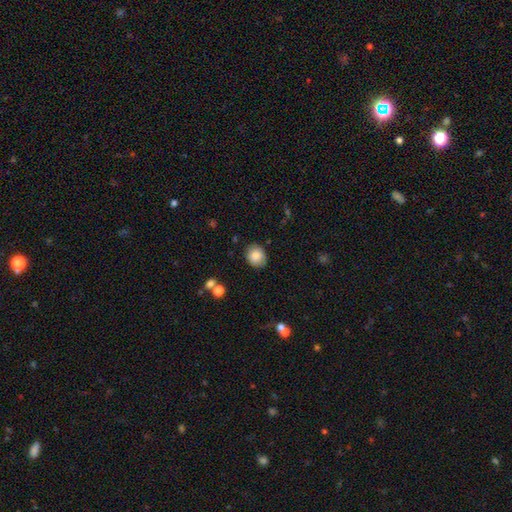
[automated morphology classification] Smooth or featured? smooth (83%)
How rounded? round (60%)
Merging? none (84%)